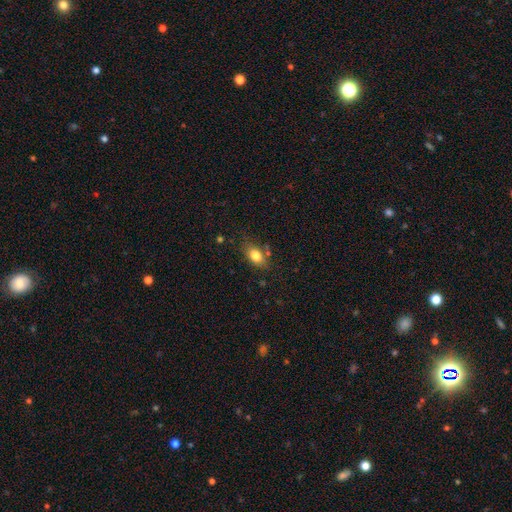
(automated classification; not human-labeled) Smooth or featured?
  - smooth: 80% *
  - featured or disk: 11%
  - star or artifact: 9%
How rounded?
  - in between: 83% *
  - round: 13%
  - cigar-shaped: 4%
Merging?
  - none: 72% *
  - minor disturbance: 18%
  - merger: 6%
  - major disturbance: 5%